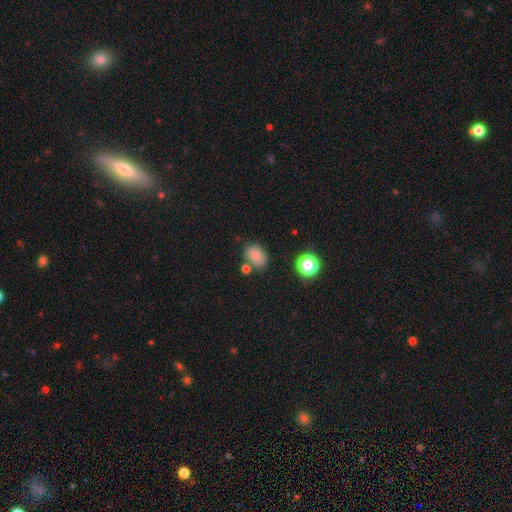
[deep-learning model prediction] Smooth or featured: smooth — 81% (star or artifact — 12%)
How rounded: in between — 70% (round — 28%)
Merging: none — 68% (minor disturbance — 16%)